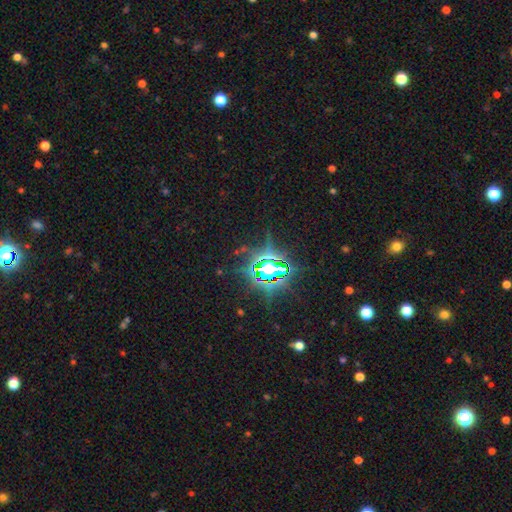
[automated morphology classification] A star or artifact, not a galaxy (84%).